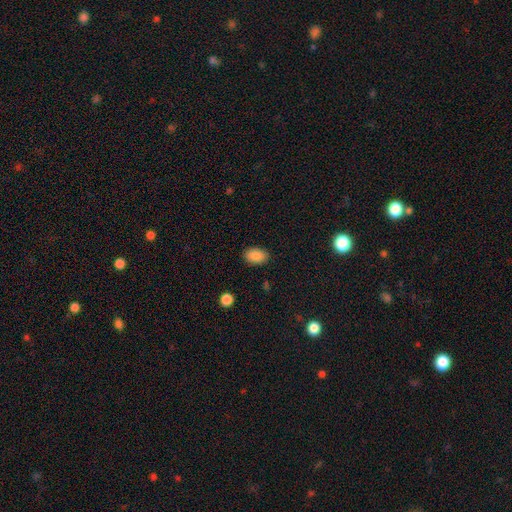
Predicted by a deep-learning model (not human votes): Smooth or featured? Predicted: smooth (p=0.88). How rounded? Predicted: in between (p=0.87). Merging? Predicted: none (p=0.88).